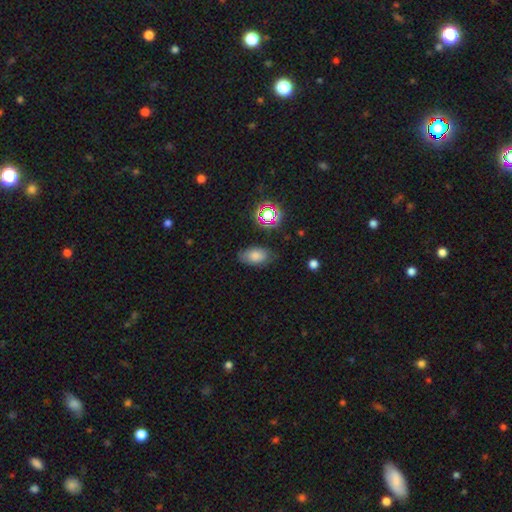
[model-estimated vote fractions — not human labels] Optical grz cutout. It shows a smooth galaxy with no disk features (74%) that is in between round and cigar-shaped (90%). Merging: none (75%).